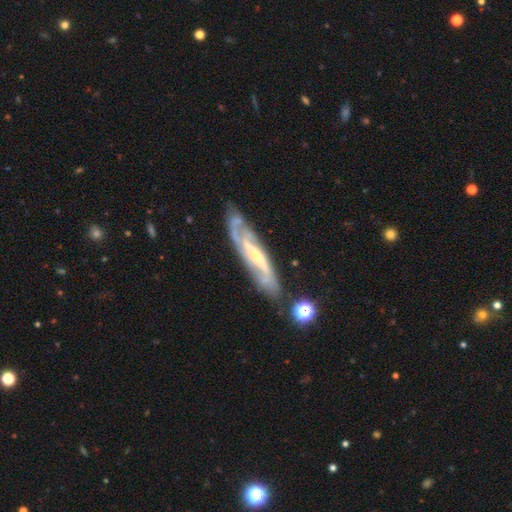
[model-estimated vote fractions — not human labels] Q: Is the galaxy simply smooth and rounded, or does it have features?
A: featured or disk — 85%.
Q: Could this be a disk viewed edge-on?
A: no — 73%.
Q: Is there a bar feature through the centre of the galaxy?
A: weak — 38%.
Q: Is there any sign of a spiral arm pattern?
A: yes — 95%.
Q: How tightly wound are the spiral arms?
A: medium — 45%.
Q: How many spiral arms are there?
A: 2 — 58%.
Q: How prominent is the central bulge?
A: small — 59%.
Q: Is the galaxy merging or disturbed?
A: none — 73%.